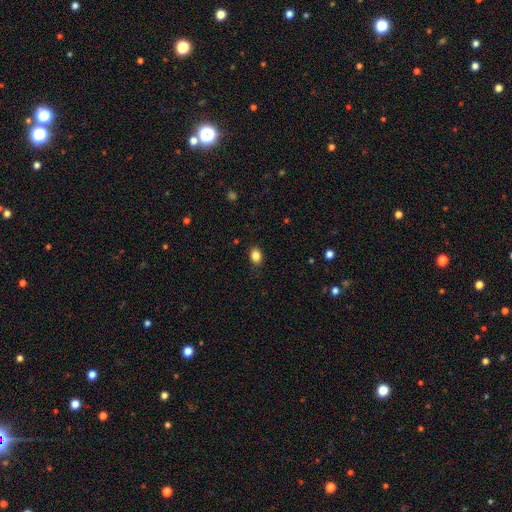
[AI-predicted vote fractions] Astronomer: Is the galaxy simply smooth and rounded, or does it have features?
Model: smooth — 85%.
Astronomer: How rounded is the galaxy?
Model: in between — 64%.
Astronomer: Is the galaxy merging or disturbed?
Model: none — 86%.